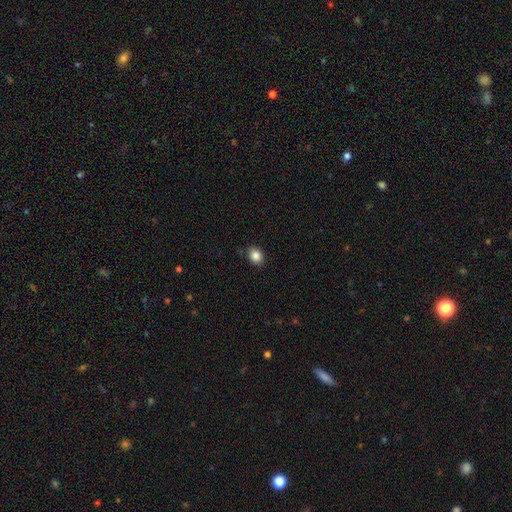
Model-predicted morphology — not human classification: This is clearly a smooth galaxy (86%). How rounded: possibly in between (55%). Merging: clearly none (85%).